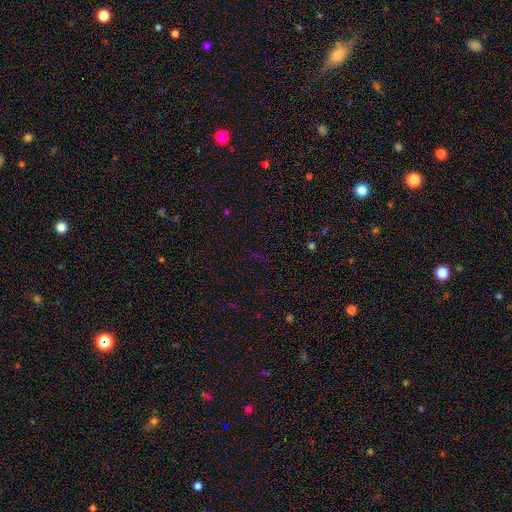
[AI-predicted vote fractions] A star or artifact, not a galaxy (68%).

Vote fractions:
- Smooth or featured? star or artifact: 68% / smooth: 23% / featured or disk: 8%